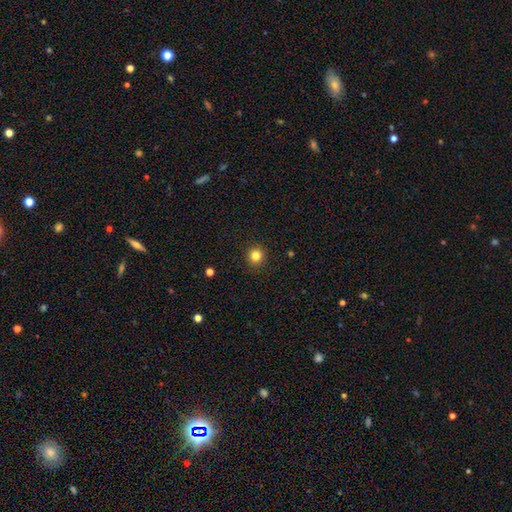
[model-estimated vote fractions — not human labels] smooth_or_featured: smooth (p=0.83) [alt: star or artifact p=0.12]
how_rounded: round (p=0.94) [alt: in between p=0.05]
merging: none (p=0.92) [alt: minor disturbance p=0.05]